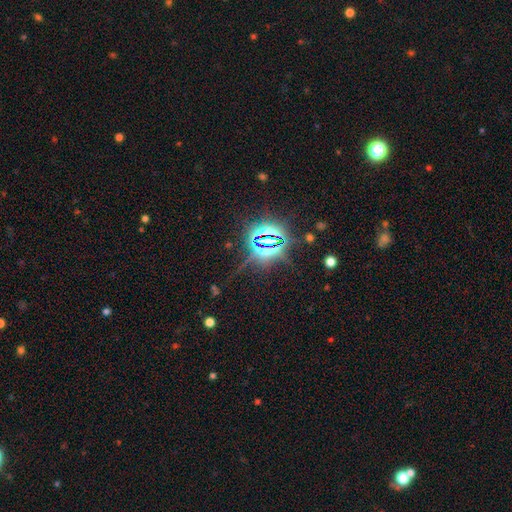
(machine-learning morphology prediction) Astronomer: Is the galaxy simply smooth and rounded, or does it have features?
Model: star or artifact — 83%.